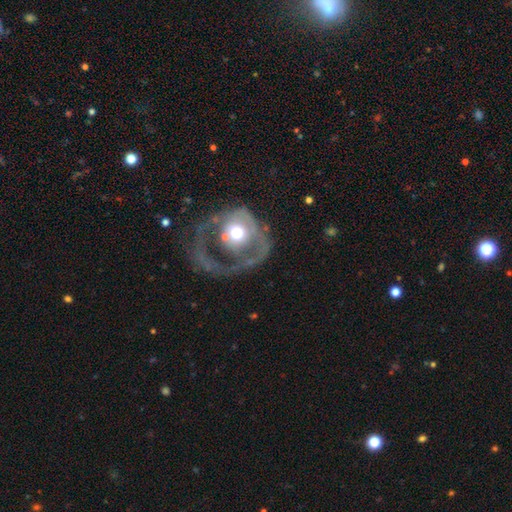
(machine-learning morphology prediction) featured or disk 70%, smooth 23%, star or artifact 8%. Down the decision tree: edge-on disk — no (96%); bar — no (78%); spiral arms — yes (51%); bulge size — moderate (66%); merging — none (42%).